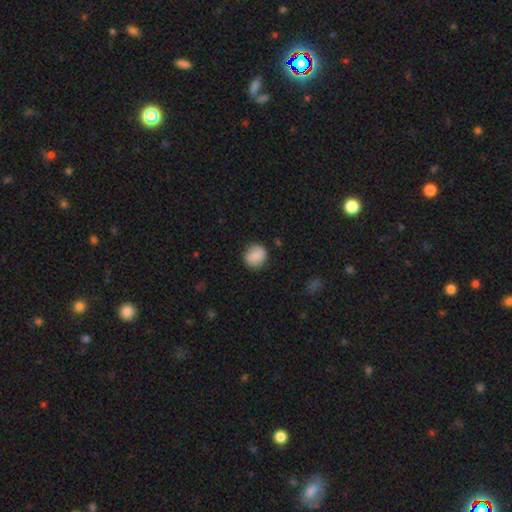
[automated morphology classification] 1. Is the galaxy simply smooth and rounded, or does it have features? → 83% smooth, 9% featured or disk, 8% star or artifact.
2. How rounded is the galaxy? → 81% round, 18% in between, 1% cigar-shaped.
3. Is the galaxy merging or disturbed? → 82% none, 14% minor disturbance, 4% major disturbance, 1% merger.